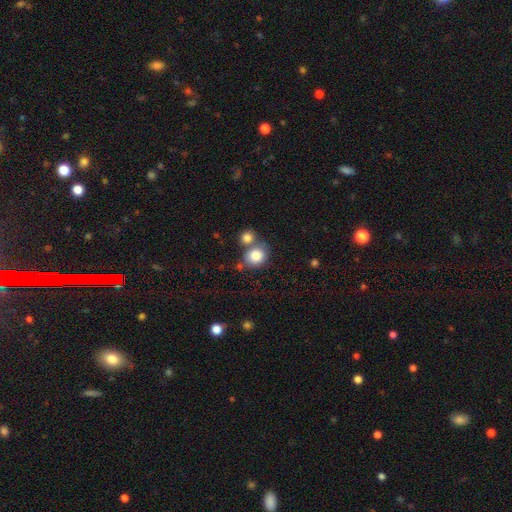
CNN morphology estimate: smooth 82%, star or artifact 10%, featured or disk 9%. Down the decision tree: how rounded — round (75%); merging — none (52%).